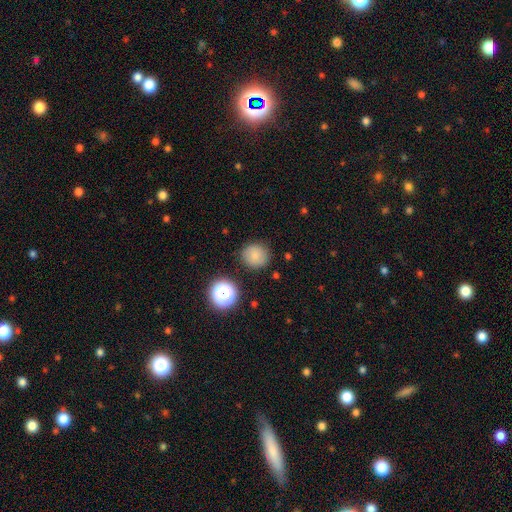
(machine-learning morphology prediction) Smooth or featured: smooth — 79% (star or artifact — 13%)
How rounded: round — 88% (in between — 11%)
Merging: none — 85% (minor disturbance — 10%)